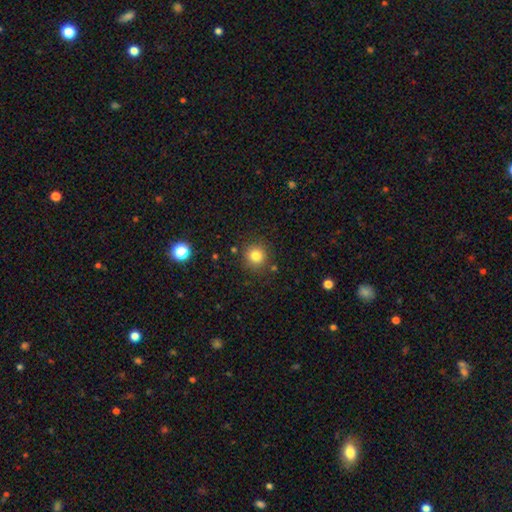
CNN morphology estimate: The model was most divided on "smooth or featured": smooth: 81%, star or artifact: 12%, featured or disk: 6%. More confident: how rounded — round (92%); merging — none (87%).